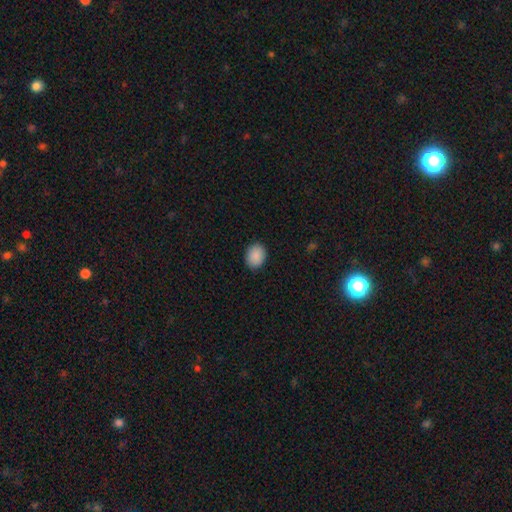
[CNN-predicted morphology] smooth-or-featured: smooth: 90% | star or artifact: 8% | featured or disk: 2%
  how-rounded: in between: 52% | round: 47% | cigar-shaped: 1%
  merging: none: 90% | minor disturbance: 7% | major disturbance: 2% | merger: 1%